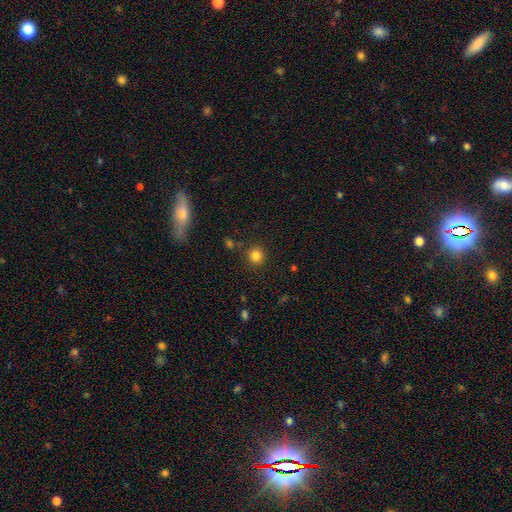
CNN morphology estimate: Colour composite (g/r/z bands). It shows a smooth galaxy with no disk features (83%) that is round (91%). Merging: none (86%).